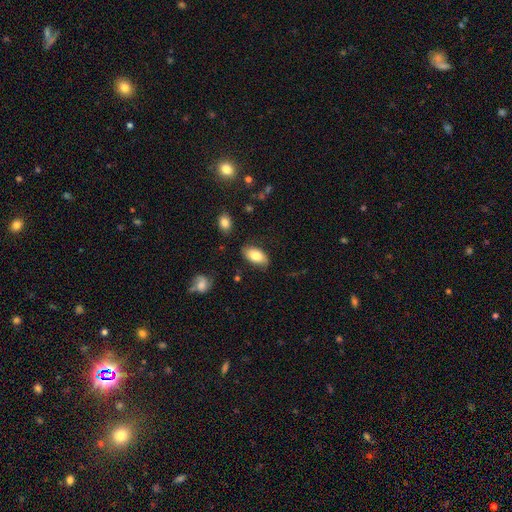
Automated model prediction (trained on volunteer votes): The model was most divided on "merging": none: 80%, minor disturbance: 15%, major disturbance: 3%, merger: 2%. More confident: how rounded — in between (94%); smooth or featured — smooth (81%).